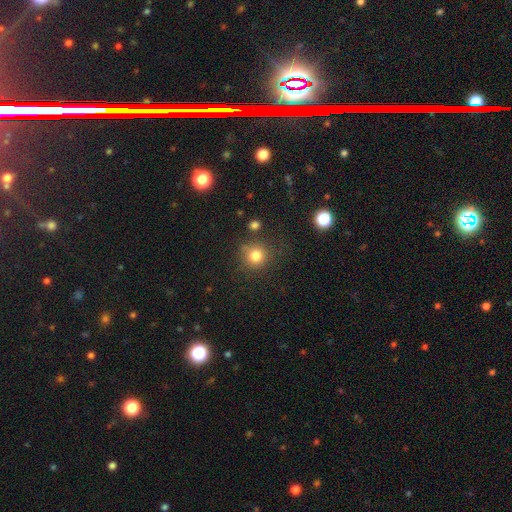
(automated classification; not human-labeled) smooth-or-featured: smooth: 81% | star or artifact: 13% | featured or disk: 6%
  how-rounded: round: 91% | in between: 8% | cigar-shaped: 1%
  merging: none: 78% | minor disturbance: 12% | merger: 5% | major disturbance: 5%